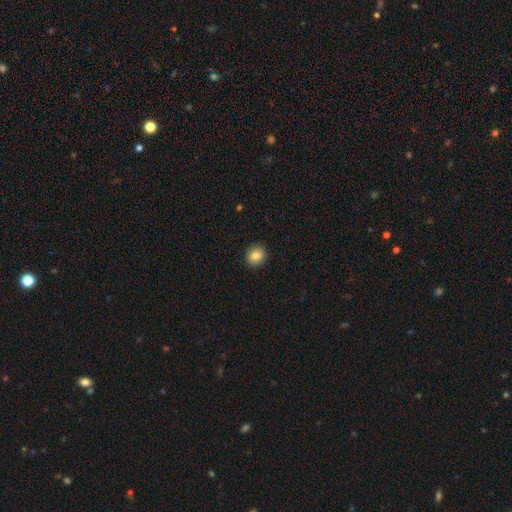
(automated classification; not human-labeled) Smooth or featured? smooth (85%)
How rounded? round (72%)
Merging? none (91%)